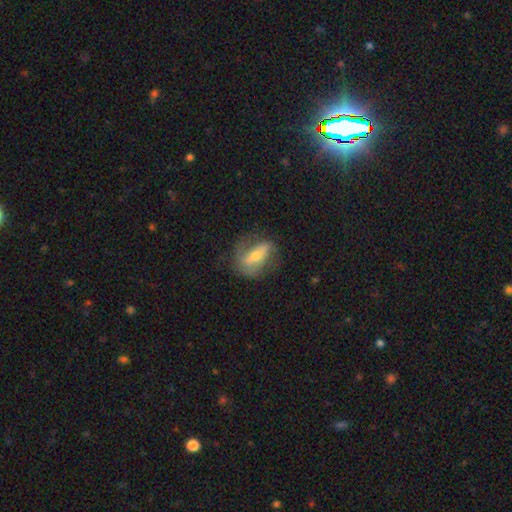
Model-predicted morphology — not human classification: Smooth or featured: featured or disk — 67% (smooth — 26%)
Edge-on disk: no — 84% (yes — 16%)
Bar: strong — 58% (weak — 24%)
Spiral arms: yes — 73% (no — 27%)
Bulge size: moderate — 47% (small — 44%)
Merging: none — 65% (minor disturbance — 20%)